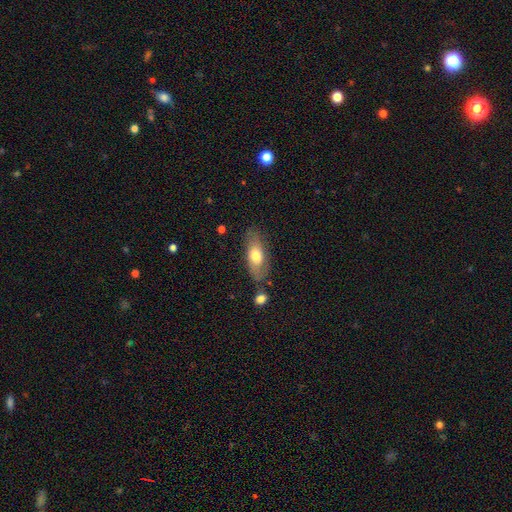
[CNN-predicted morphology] smooth-or-featured: smooth: 64% | featured or disk: 29% | star or artifact: 7%
  how-rounded: in between: 79% | cigar-shaped: 17% | round: 4%
  merging: none: 71% | minor disturbance: 18% | major disturbance: 5% | merger: 5%